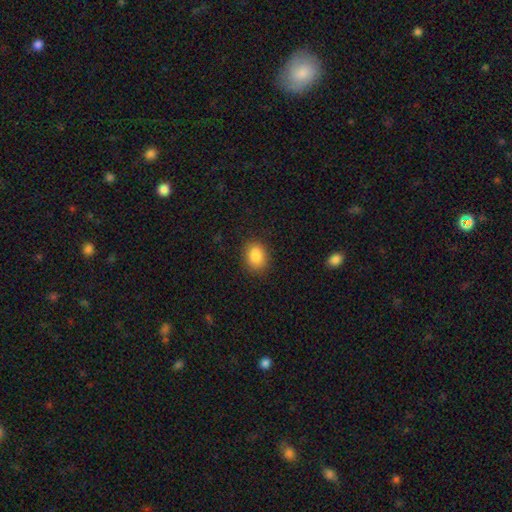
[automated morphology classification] This appears to be a smooth galaxy with no disk features (87%) that is in between round and cigar-shaped (66%). Merging: none (85%).